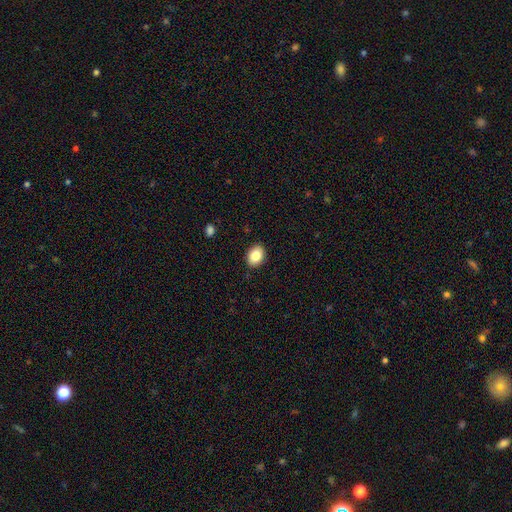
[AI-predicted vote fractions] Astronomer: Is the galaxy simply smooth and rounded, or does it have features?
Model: smooth — 84%.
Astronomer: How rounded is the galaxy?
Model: in between — 68%.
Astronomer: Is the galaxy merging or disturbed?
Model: none — 89%.